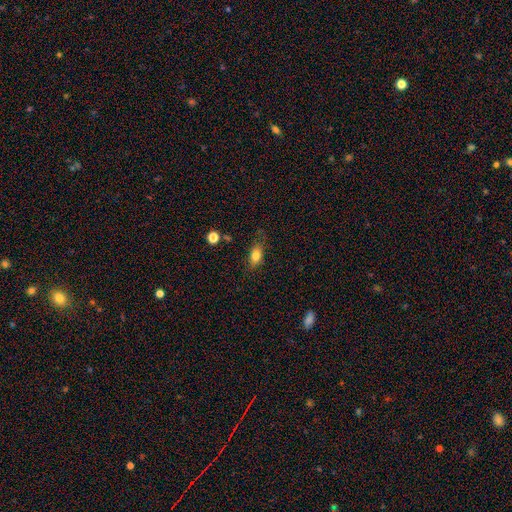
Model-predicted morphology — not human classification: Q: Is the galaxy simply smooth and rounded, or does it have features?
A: smooth — 79%.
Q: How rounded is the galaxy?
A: in between — 79%.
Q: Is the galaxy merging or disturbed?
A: none — 68%.